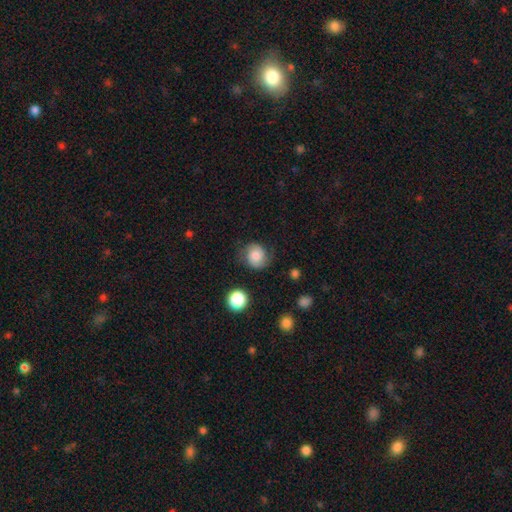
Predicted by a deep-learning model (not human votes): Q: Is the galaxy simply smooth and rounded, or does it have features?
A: smooth — 52%.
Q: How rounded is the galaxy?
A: round — 80%.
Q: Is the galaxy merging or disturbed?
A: none — 71%.